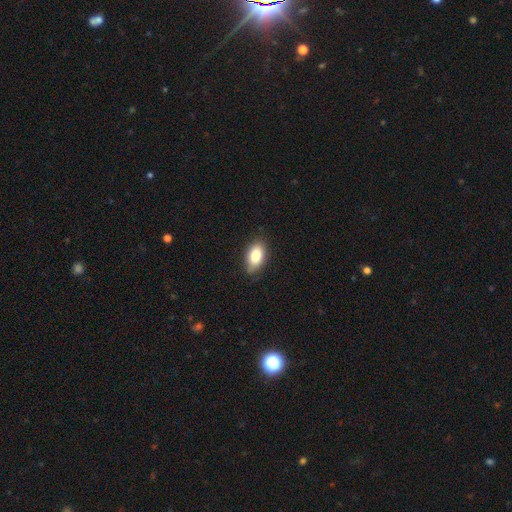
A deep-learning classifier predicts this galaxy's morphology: Overall: smooth (83%). How rounded: in between (92%). Merging: none (85%).